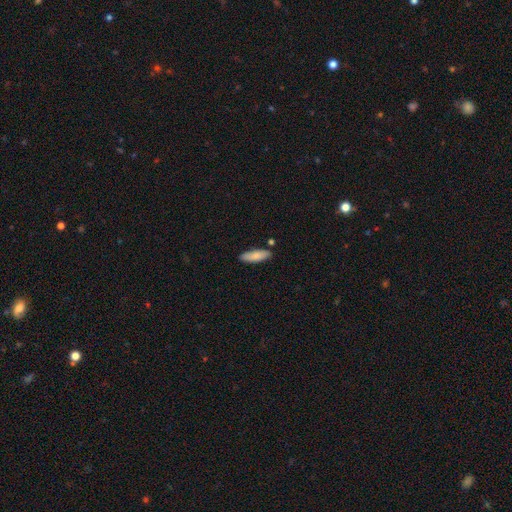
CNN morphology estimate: This appears to be a smooth galaxy with no disk features (83%) that is in between round and cigar-shaped (57%). Merging: none (83%).